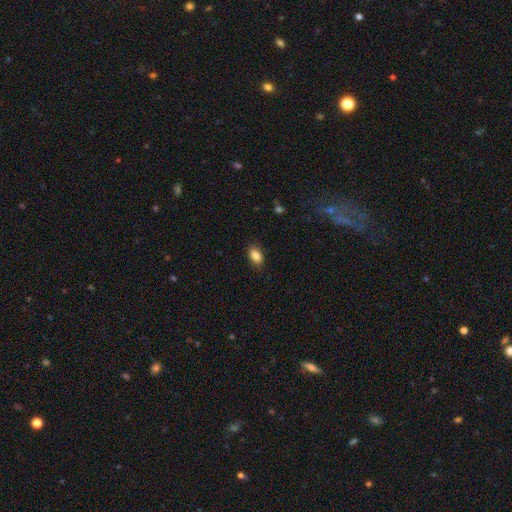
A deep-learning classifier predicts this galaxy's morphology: Smooth or featured? smooth (87%)
How rounded? in between (89%)
Merging? none (85%)